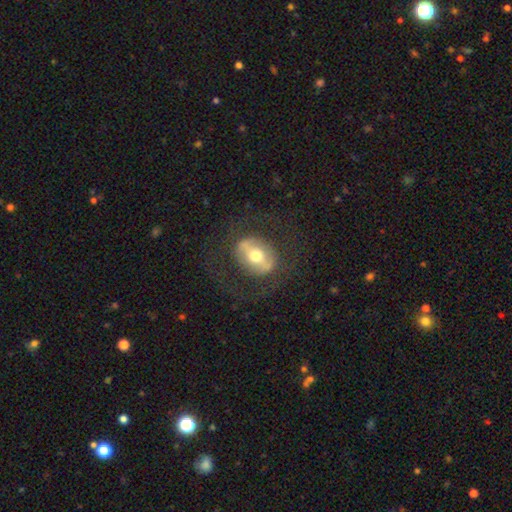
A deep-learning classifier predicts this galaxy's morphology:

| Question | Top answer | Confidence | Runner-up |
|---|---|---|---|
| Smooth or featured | featured or disk | 54% | smooth (38%) |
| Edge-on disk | no | 90% | yes (10%) |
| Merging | none | 73% | minor disturbance (13%) |